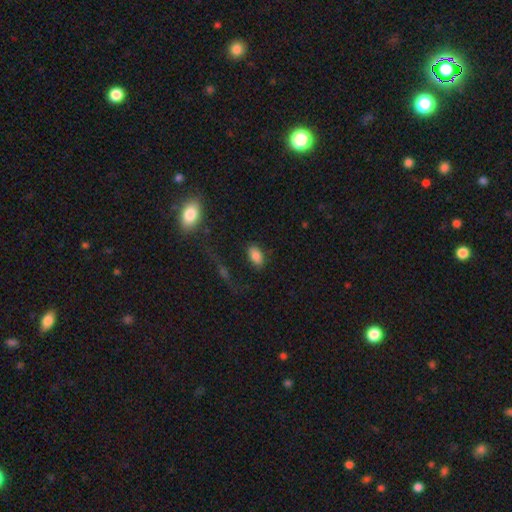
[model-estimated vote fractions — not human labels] This is clearly a smooth galaxy (84%). How rounded: clearly in between (92%). Merging: likely none (77%).